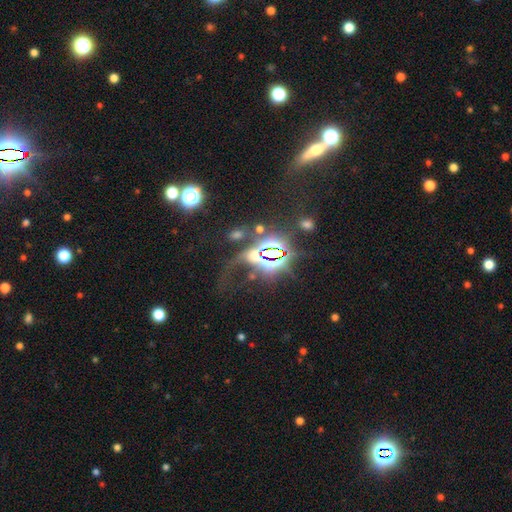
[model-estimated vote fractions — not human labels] This is likely a star or artifact rather than a galaxy (60%).